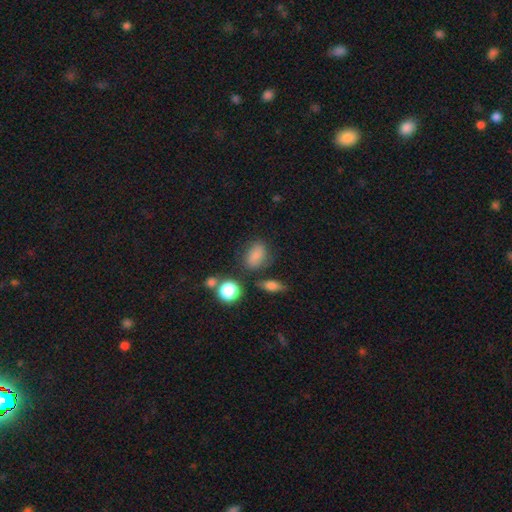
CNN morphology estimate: The model was most divided on "how rounded": in between: 70%, round: 28%, cigar-shaped: 2%. More confident: smooth or featured — smooth (78%); merging — none (69%).